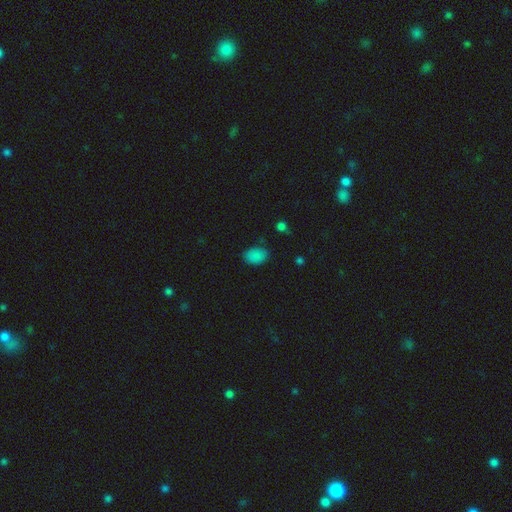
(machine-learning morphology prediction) The model was most divided on "merging": none: 80%, minor disturbance: 14%, major disturbance: 3%, merger: 2%. More confident: how rounded — in between (86%); smooth or featured — smooth (85%).